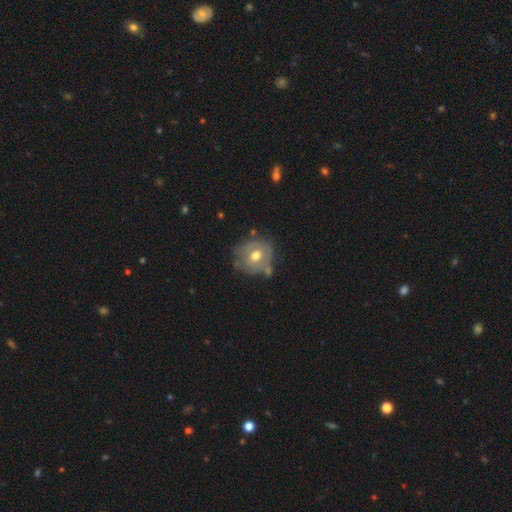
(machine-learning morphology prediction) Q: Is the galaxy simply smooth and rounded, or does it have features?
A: smooth — 51%.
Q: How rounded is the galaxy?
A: round — 82%.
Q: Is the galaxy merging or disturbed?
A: none — 57%.